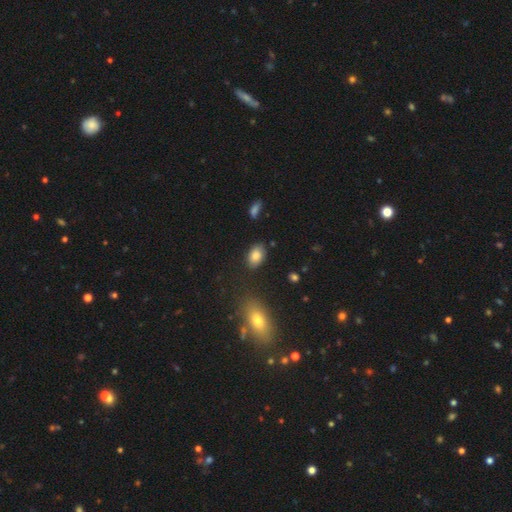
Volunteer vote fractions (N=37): Q: Smooth or featured?
A: smooth (86%); runner-up: featured or disk (11%)
Q: How rounded?
A: in between (100%)
Q: Merging?
A: none (72%); runner-up: minor disturbance (25%)